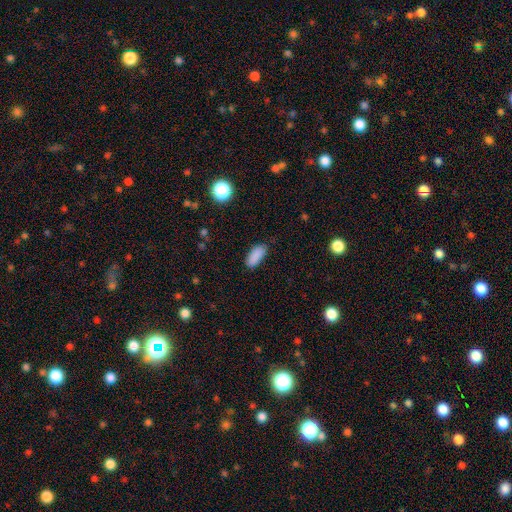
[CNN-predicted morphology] The model was most divided on "merging": none: 80%, minor disturbance: 15%, major disturbance: 3%, merger: 1%. More confident: smooth or featured — smooth (87%); how rounded — in between (82%).